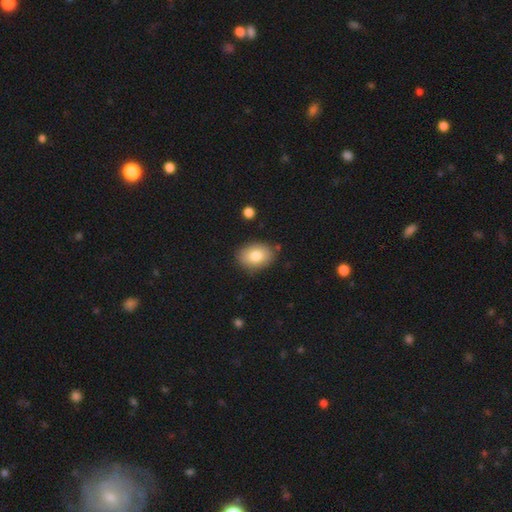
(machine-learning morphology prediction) This is clearly a smooth galaxy (82%). How rounded: likely in between (77%). Merging: clearly none (83%).